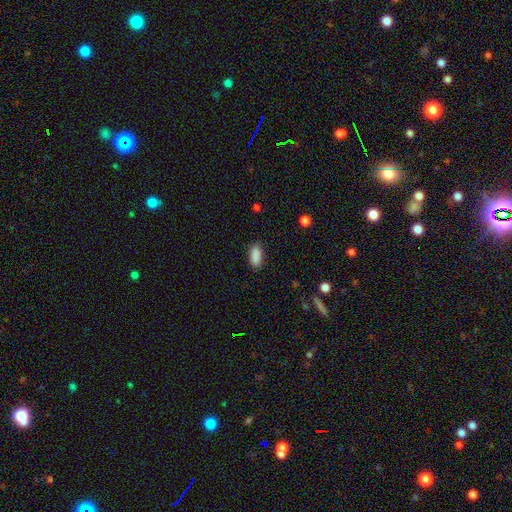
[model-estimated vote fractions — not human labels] Smooth or featured: smooth — 89% (star or artifact — 8%)
How rounded: in between — 82% (cigar-shaped — 15%)
Merging: none — 86% (minor disturbance — 11%)